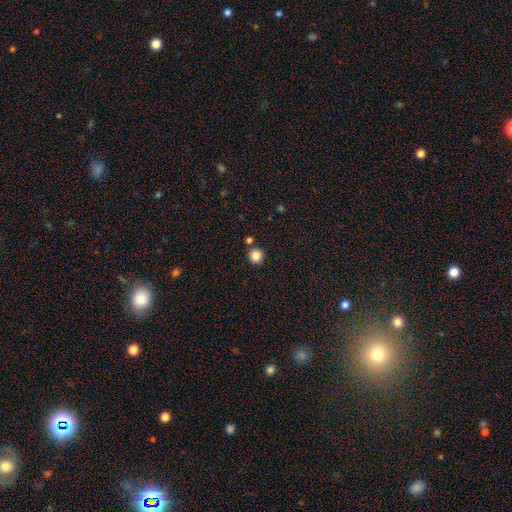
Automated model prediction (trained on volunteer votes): The model was most divided on "smooth or featured": smooth: 86%, star or artifact: 11%, featured or disk: 3%. More confident: how rounded — round (95%); merging — none (83%).